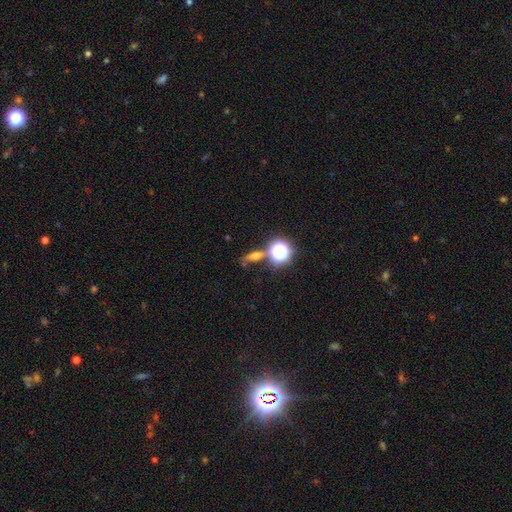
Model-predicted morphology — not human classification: Smooth or featured: smooth — 48% (star or artifact — 26%)
Merging: none — 64% (minor disturbance — 14%)